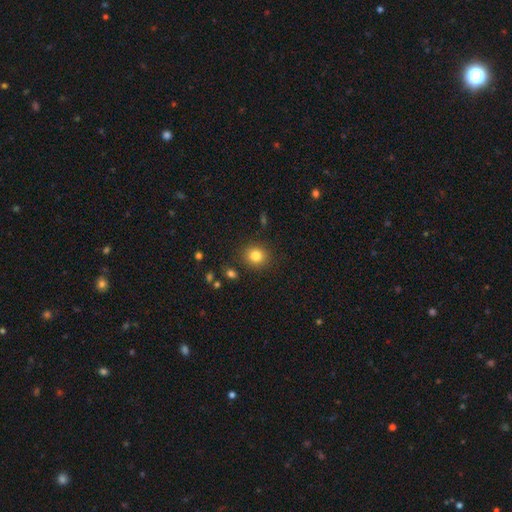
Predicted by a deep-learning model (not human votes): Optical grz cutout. It shows a smooth galaxy with no disk features (82%) that is round (82%). Merging: none (88%).